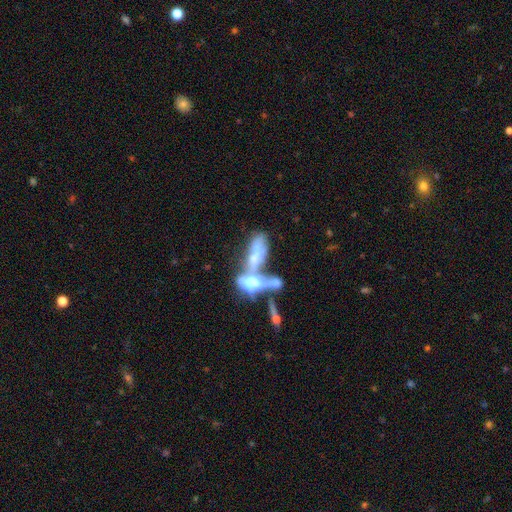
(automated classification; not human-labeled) A featured or disk galaxy (50%). Merging: merger (70%).